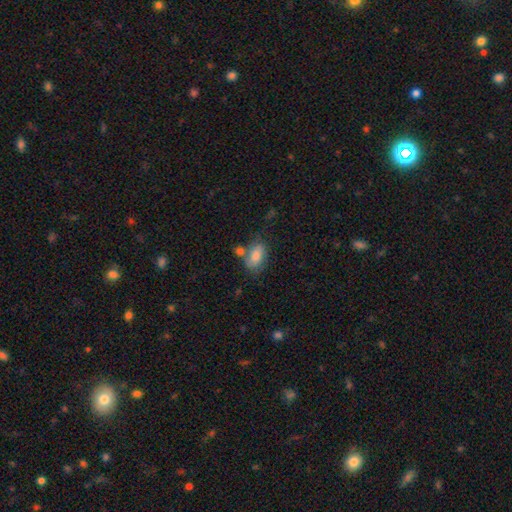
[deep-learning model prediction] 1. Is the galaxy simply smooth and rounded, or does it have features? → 78% smooth, 14% featured or disk, 8% star or artifact.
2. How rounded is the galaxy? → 89% in between, 9% round, 2% cigar-shaped.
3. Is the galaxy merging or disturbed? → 53% none, 21% minor disturbance, 18% merger, 7% major disturbance.